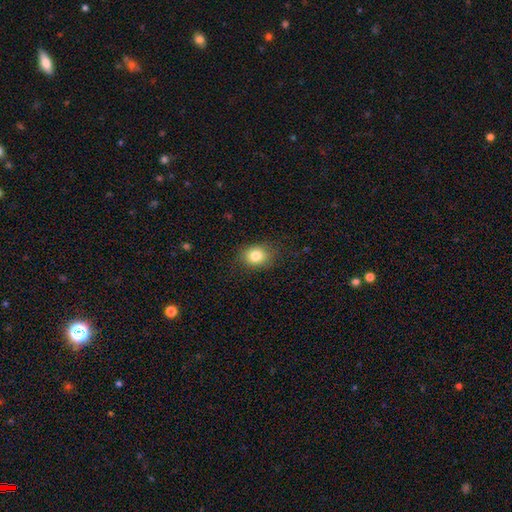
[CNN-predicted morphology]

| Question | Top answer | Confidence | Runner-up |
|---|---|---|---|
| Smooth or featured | smooth | 82% | star or artifact (10%) |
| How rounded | round | 50% | in between (49%) |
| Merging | none | 83% | minor disturbance (12%) |